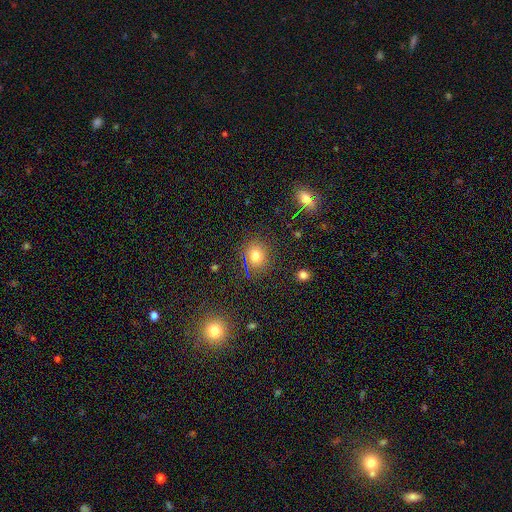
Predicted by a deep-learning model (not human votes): Q: Smooth or featured?
A: smooth (71%); runner-up: star or artifact (21%)
Q: How rounded?
A: round (79%); runner-up: in between (20%)
Q: Merging?
A: none (85%); runner-up: minor disturbance (9%)